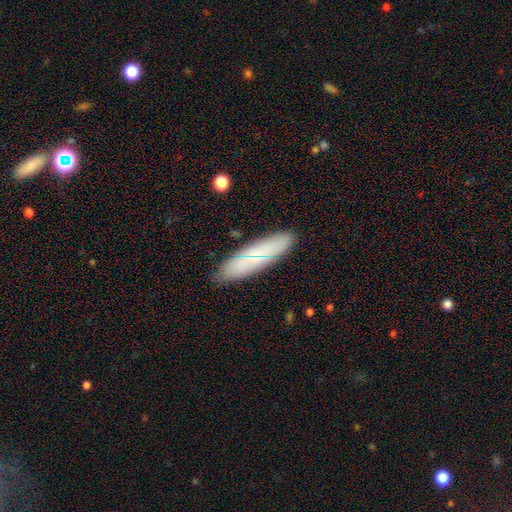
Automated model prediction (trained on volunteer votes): The model was most divided on "smooth or featured": smooth: 65%, featured or disk: 28%, star or artifact: 7%. More confident: merging — none (85%); how rounded — cigar-shaped (73%).